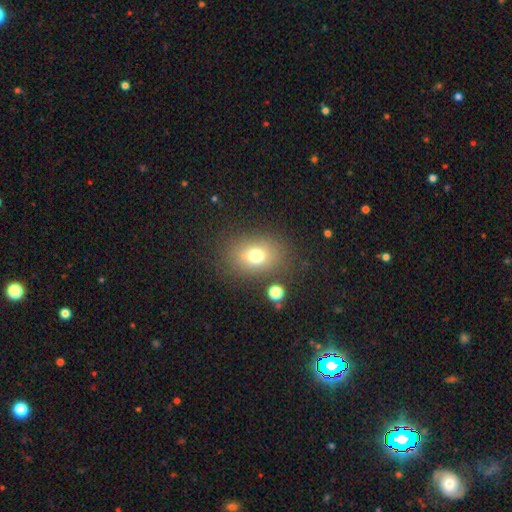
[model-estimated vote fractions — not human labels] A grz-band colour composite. It shows a smooth galaxy with no disk features (72%) that is in between round and cigar-shaped (62%). Merging: none (77%).